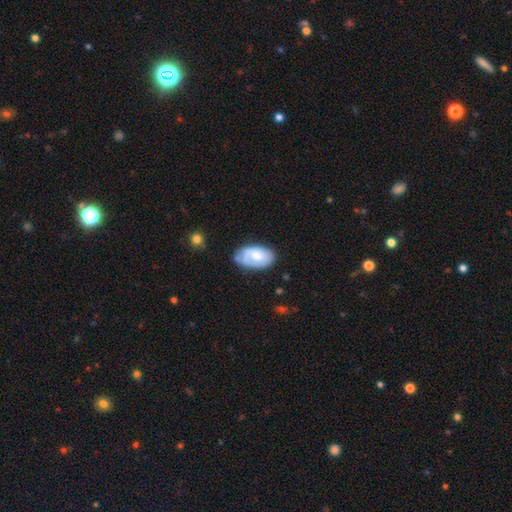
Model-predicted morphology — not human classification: Smooth or featured: smooth — 56% (featured or disk — 38%)
How rounded: in between — 94% (round — 5%)
Merging: none — 60% (minor disturbance — 29%)